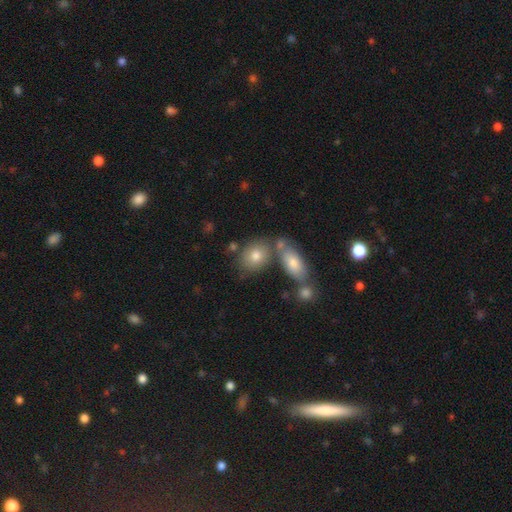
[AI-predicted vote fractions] smooth_or_featured: smooth (p=0.78) [alt: featured or disk p=0.13]
how_rounded: in between (p=0.61) [alt: round p=0.37]
merging: none (p=0.56) [alt: merger p=0.27]